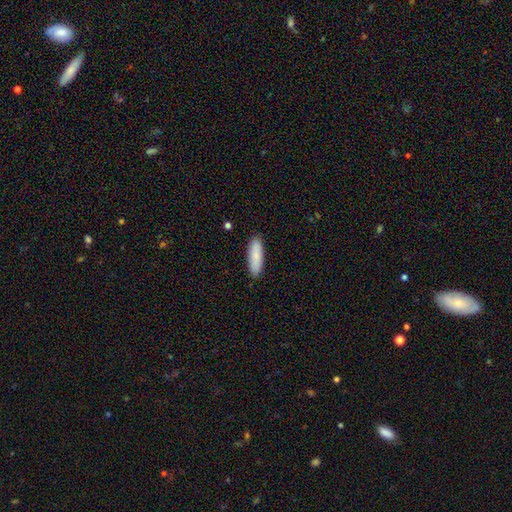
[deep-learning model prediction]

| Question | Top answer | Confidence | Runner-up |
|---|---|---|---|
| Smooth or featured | smooth | 87% | featured or disk (7%) |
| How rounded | cigar-shaped | 55% | in between (43%) |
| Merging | none | 90% | minor disturbance (7%) |